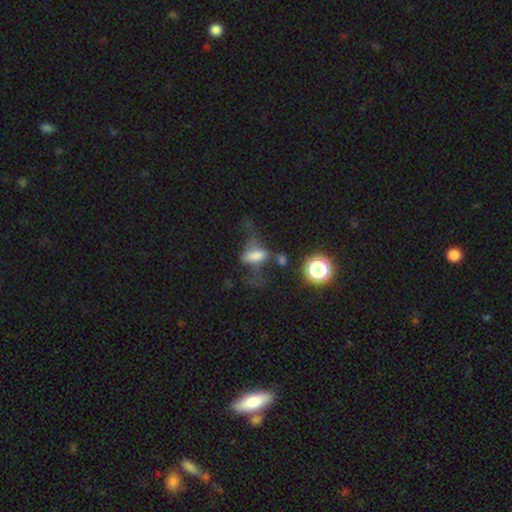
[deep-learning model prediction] This appears to be a smooth galaxy with no disk features (60%) that is in between round and cigar-shaped (74%). Merging: major disturbance (42%).